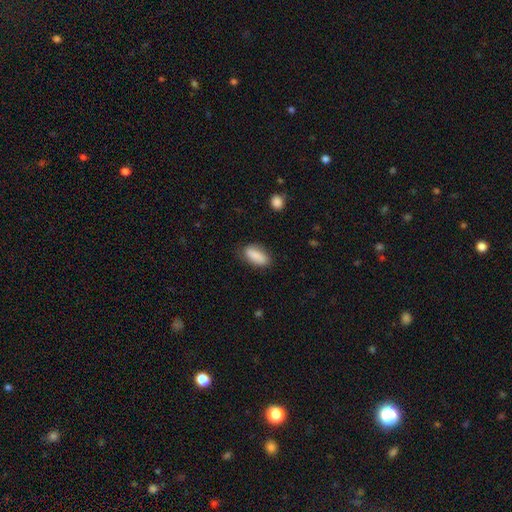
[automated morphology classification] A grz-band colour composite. It shows a smooth galaxy with no disk features (86%) that is in between round and cigar-shaped (82%). Merging: none (77%).